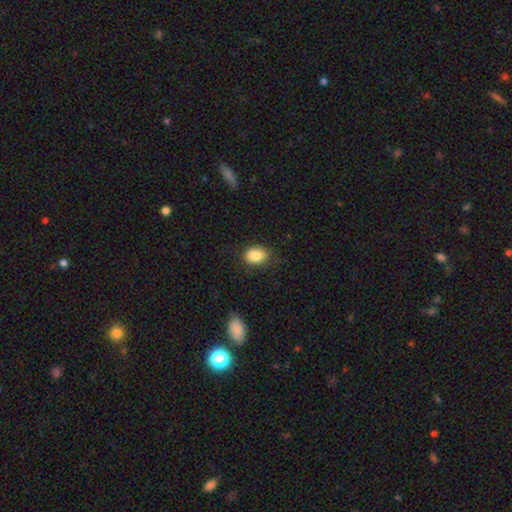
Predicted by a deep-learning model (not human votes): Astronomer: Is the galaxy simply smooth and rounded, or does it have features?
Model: smooth — 84%.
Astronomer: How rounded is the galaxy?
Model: in between — 72%.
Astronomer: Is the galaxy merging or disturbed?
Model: none — 77%.